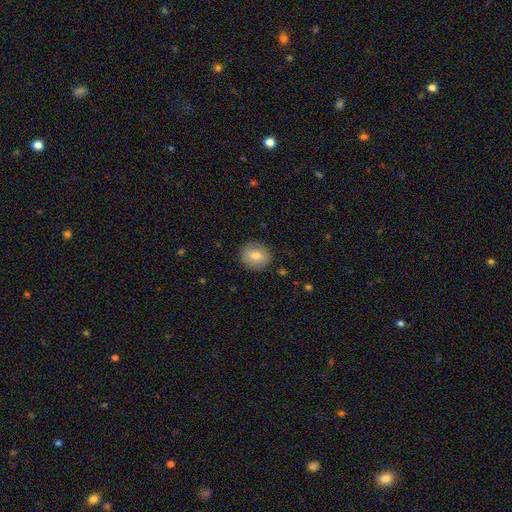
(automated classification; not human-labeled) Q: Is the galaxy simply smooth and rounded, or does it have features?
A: smooth — 75%.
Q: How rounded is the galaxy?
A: round — 73%.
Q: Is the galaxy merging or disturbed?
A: none — 86%.